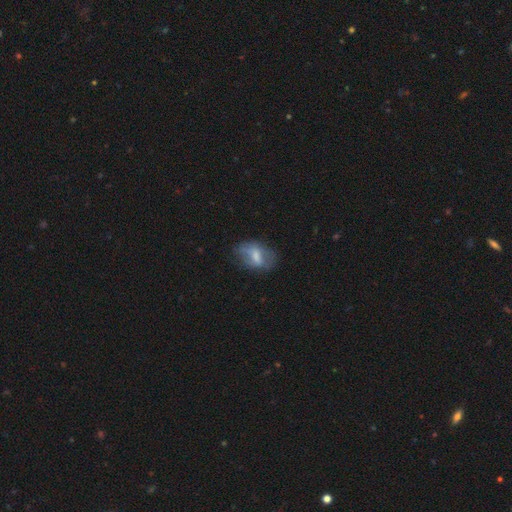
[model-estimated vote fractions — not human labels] Morphology: type=smooth (54%); roundness=in between (82%); merging=none (55%).